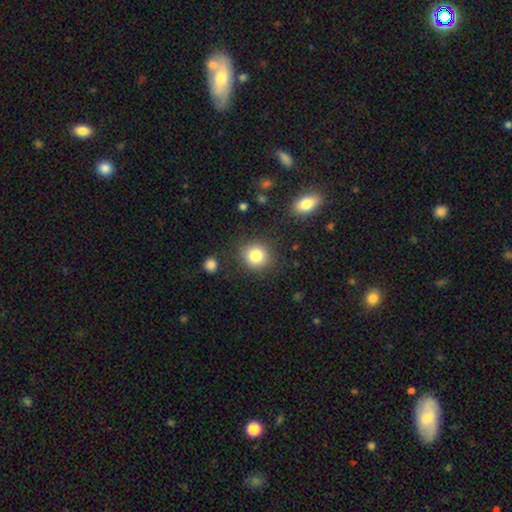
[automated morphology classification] The model was most divided on "smooth or featured": smooth: 82%, star or artifact: 10%, featured or disk: 7%. More confident: how rounded — round (87%); merging — none (86%).